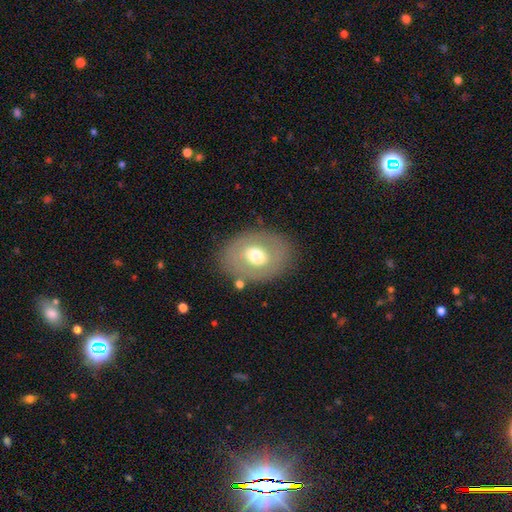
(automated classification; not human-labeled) smooth_or_featured: smooth (p=0.53) [alt: featured or disk p=0.39]
how_rounded: in between (p=0.64) [alt: round p=0.35]
merging: none (p=0.79) [alt: minor disturbance p=0.12]